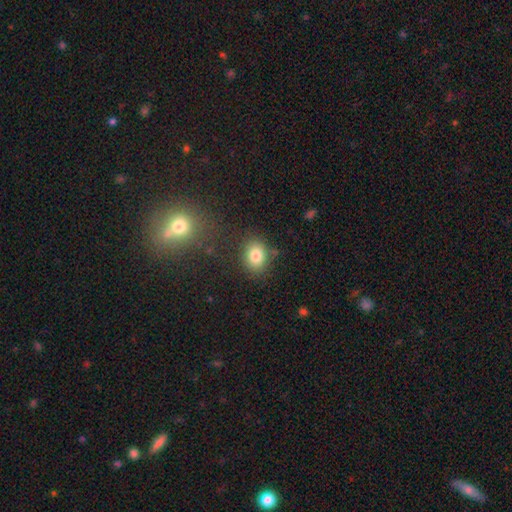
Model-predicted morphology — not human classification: This is clearly a smooth galaxy (81%). How rounded: possibly in between (58%). Merging: likely none (80%).